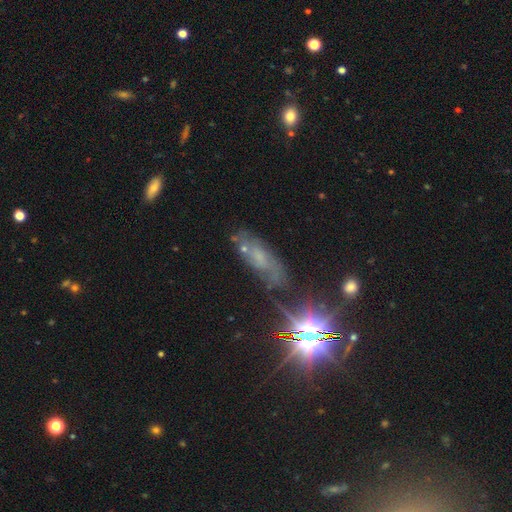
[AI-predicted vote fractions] Smooth or featured?
  - featured or disk: 48% *
  - star or artifact: 29%
  - smooth: 23%
Merging?
  - none: 63% *
  - minor disturbance: 21%
  - major disturbance: 11%
  - merger: 5%